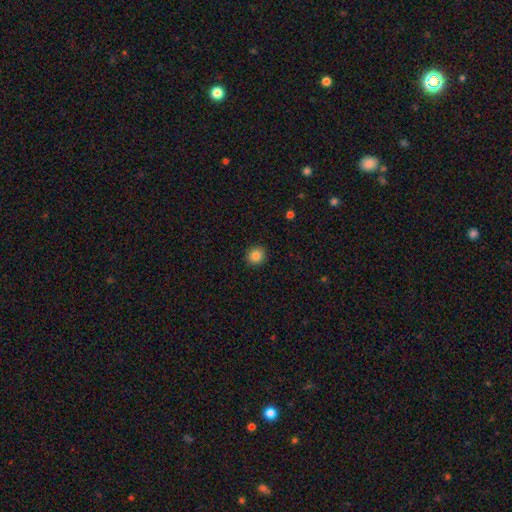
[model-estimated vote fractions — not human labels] Q: Smooth or featured?
A: smooth (84%); runner-up: star or artifact (10%)
Q: How rounded?
A: round (86%); runner-up: in between (13%)
Q: Merging?
A: none (92%); runner-up: minor disturbance (6%)